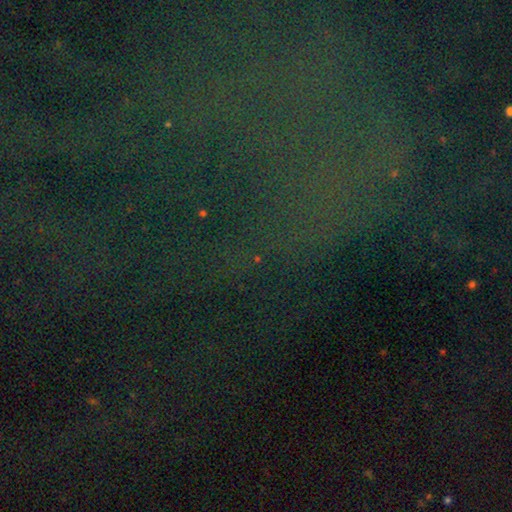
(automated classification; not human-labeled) A star or artifact, not a galaxy (81%).